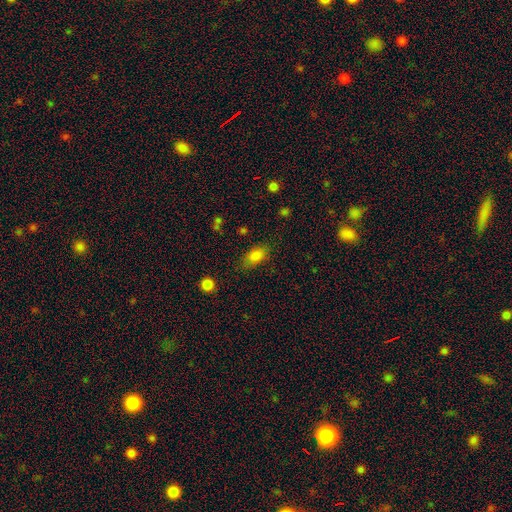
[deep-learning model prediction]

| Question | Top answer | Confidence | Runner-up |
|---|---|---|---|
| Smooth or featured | smooth | 84% | star or artifact (10%) |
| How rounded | in between | 88% | round (8%) |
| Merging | none | 77% | minor disturbance (16%) |